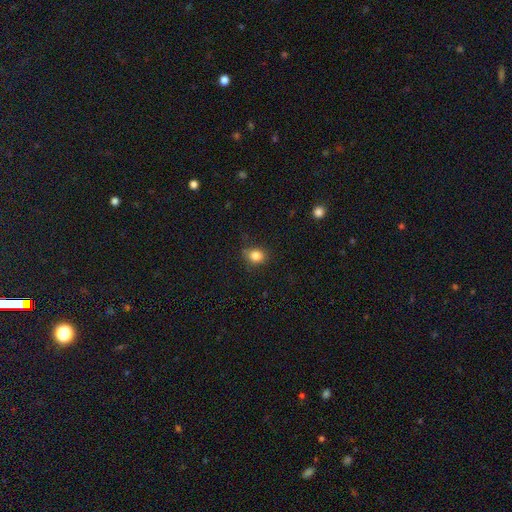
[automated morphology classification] smooth-or-featured: smooth: 83% | star or artifact: 11% | featured or disk: 6%
  how-rounded: round: 66% | in between: 33% | cigar-shaped: 1%
  merging: none: 78% | minor disturbance: 17% | major disturbance: 4% | merger: 2%